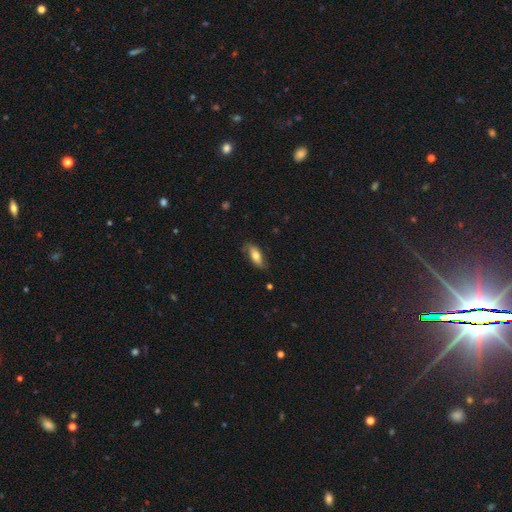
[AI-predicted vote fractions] This is likely a smooth galaxy (67%). How rounded: likely in between (79%). Merging: likely none (71%).